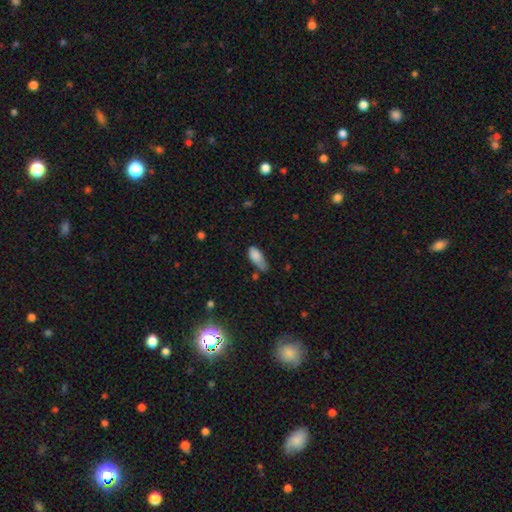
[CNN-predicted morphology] This appears to be a smooth galaxy with no disk features (81%) that is in between round and cigar-shaped (83%). Merging: minor disturbance (42%).